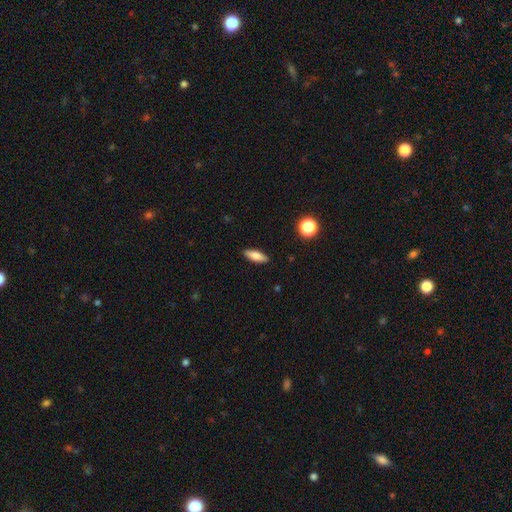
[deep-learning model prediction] A smooth galaxy with no disk features (79%) that is in between round and cigar-shaped (61%).

Vote fractions:
- Smooth or featured? smooth: 79% / featured or disk: 14% / star or artifact: 7%
- How rounded? in between: 61% / cigar-shaped: 36% / round: 3%
- Merging? none: 89% / minor disturbance: 8% / major disturbance: 2% / merger: 1%